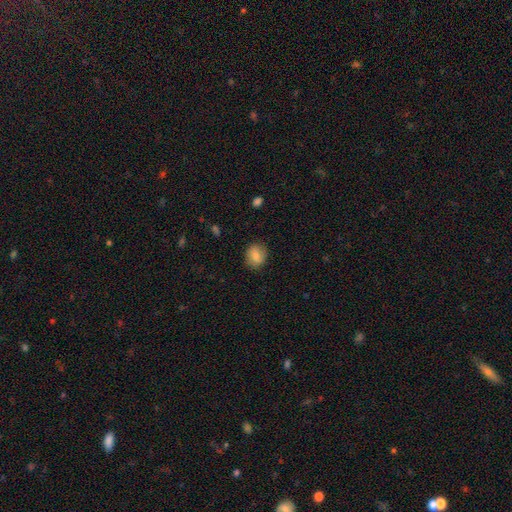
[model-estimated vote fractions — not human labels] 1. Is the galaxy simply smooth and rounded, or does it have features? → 80% smooth, 12% featured or disk, 8% star or artifact.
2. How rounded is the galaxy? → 63% round, 36% in between, 1% cigar-shaped.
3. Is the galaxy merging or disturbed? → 87% none, 9% minor disturbance, 3% major disturbance, 1% merger.